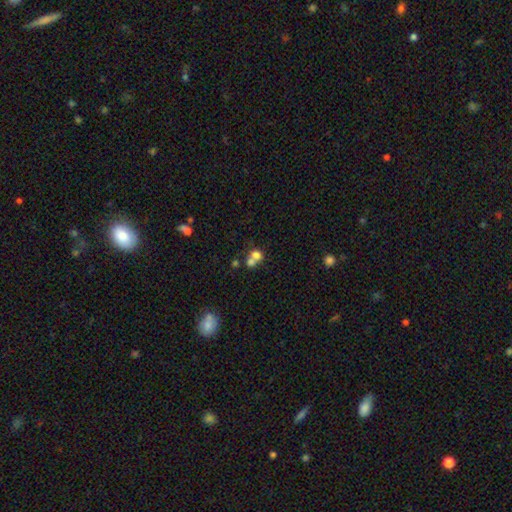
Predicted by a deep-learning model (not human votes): smooth 71%, featured or disk 16%, star or artifact 13%. Down the decision tree: how rounded — round (73%); merging — merger (60%).